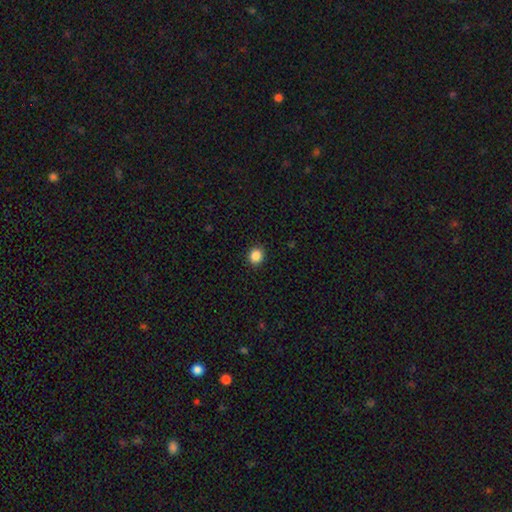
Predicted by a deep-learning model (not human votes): Smooth or featured: smooth — 87% (star or artifact — 11%)
How rounded: round — 87% (in between — 12%)
Merging: none — 92% (minor disturbance — 6%)